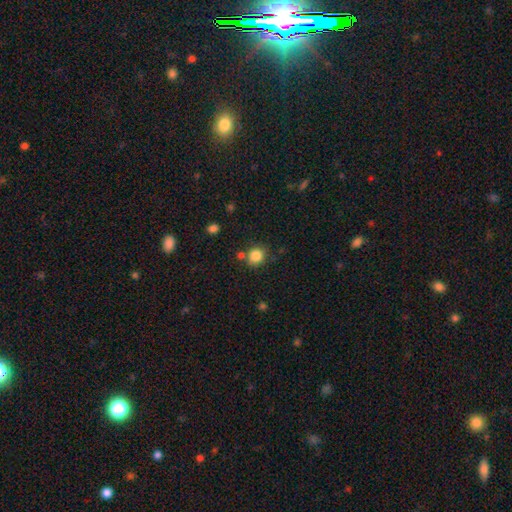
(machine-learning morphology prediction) Smooth or featured? Predicted: smooth (p=0.84). How rounded? Predicted: round (p=0.79). Merging? Predicted: none (p=0.75).